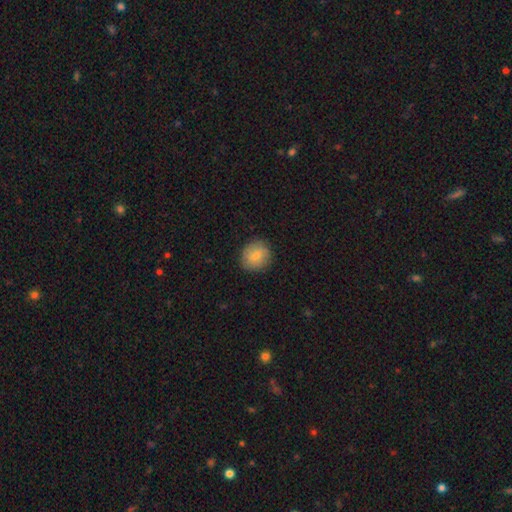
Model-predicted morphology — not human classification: A smooth galaxy with no disk features (80%) that is round (85%). Merging: none (87%).